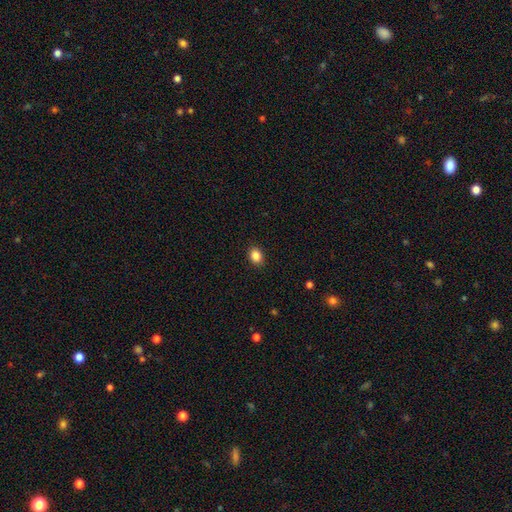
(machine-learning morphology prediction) Overall: smooth (86%). How rounded: in between (55%; round 44%). Merging: none (90%).